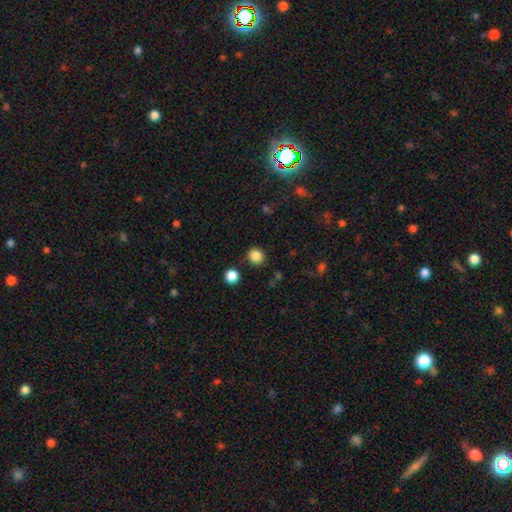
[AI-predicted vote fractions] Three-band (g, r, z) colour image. It shows a smooth galaxy with no disk features (85%) that is round (85%). Merging: none (87%).